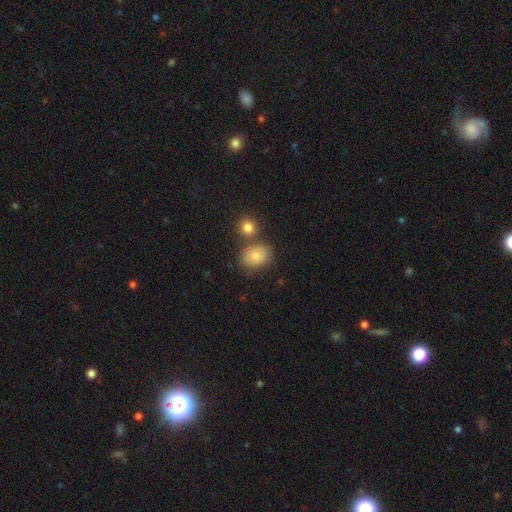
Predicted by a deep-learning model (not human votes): smooth-or-featured: smooth: 82% | featured or disk: 9% | star or artifact: 9%
  how-rounded: in between: 63% | round: 36% | cigar-shaped: 1%
  merging: none: 62% | merger: 17% | minor disturbance: 16% | major disturbance: 5%